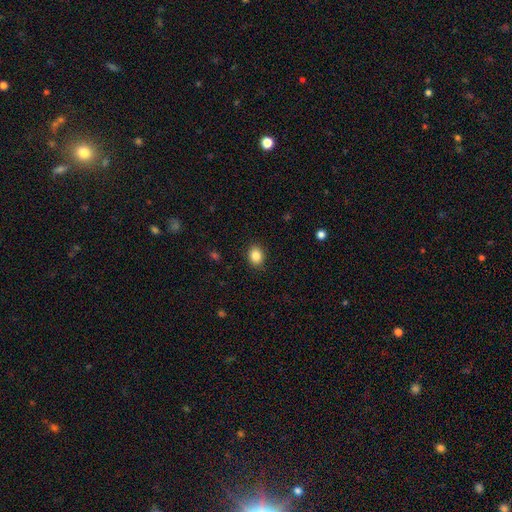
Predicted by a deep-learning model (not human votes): Smooth or featured: smooth — 85% (star or artifact — 9%)
How rounded: in between — 51% (round — 48%)
Merging: none — 88% (minor disturbance — 8%)